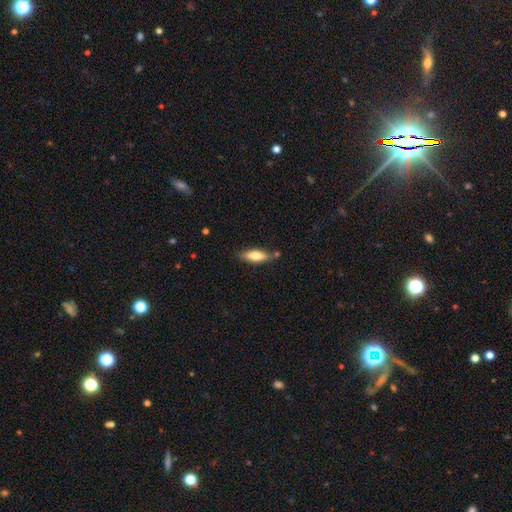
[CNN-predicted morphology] Q: Smooth or featured?
A: smooth (74%); runner-up: featured or disk (20%)
Q: How rounded?
A: in between (57%); runner-up: cigar-shaped (41%)
Q: Merging?
A: none (77%); runner-up: minor disturbance (15%)